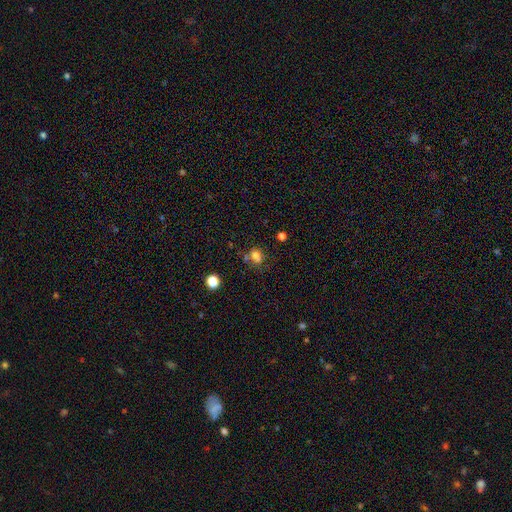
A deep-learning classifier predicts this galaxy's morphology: This appears to be a smooth galaxy with no disk features (70%) that is round (53%). Merging: none (50%).